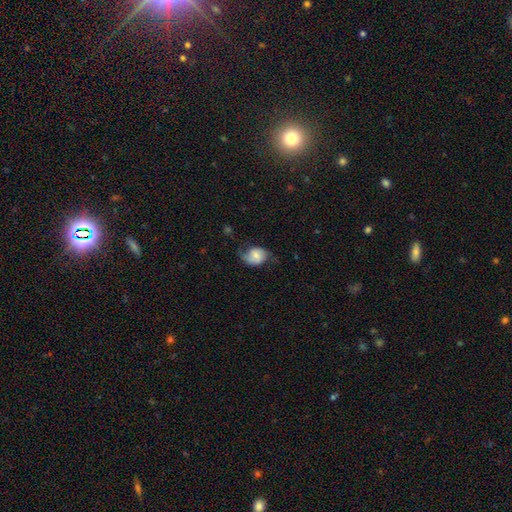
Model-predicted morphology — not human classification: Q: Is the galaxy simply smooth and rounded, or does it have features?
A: featured or disk — 50%.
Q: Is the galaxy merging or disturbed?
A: none — 54%.